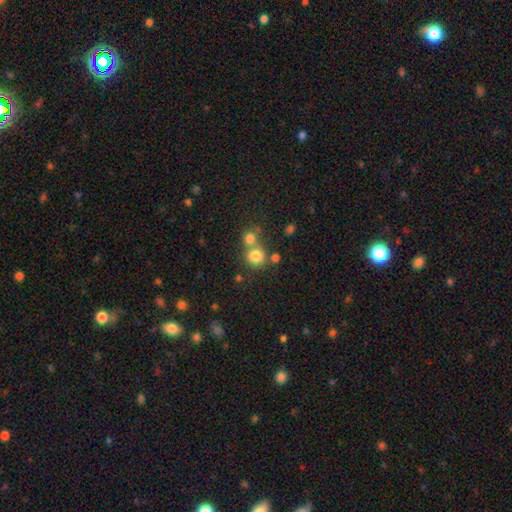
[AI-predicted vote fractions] Smooth or featured: smooth — 78% (star or artifact — 13%)
How rounded: round — 86% (in between — 13%)
Merging: none — 52% (merger — 37%)